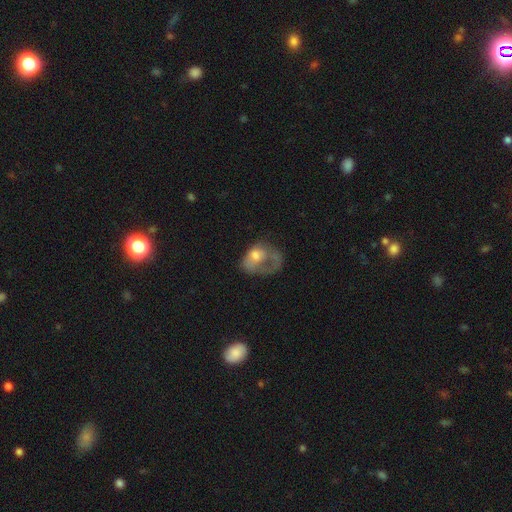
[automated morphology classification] Q: Smooth or featured?
A: smooth (50%); runner-up: featured or disk (42%)
Q: Merging?
A: major disturbance (57%); runner-up: none (19%)